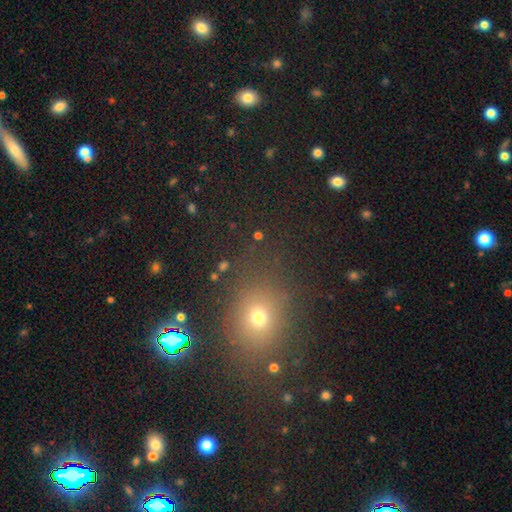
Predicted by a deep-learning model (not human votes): Smooth or featured: smooth — 56% (star or artifact — 35%)
How rounded: round — 59% (in between — 39%)
Merging: none — 86% (minor disturbance — 8%)